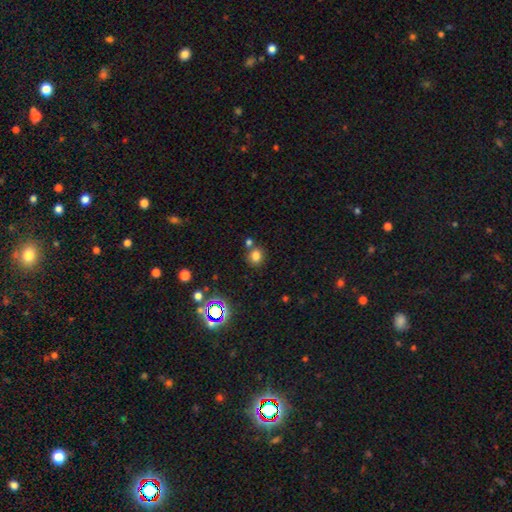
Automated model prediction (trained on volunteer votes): smooth_or_featured: smooth (p=0.77) [alt: star or artifact p=0.16]
how_rounded: round (p=0.72) [alt: in between p=0.27]
merging: none (p=0.70) [alt: merger p=0.16]